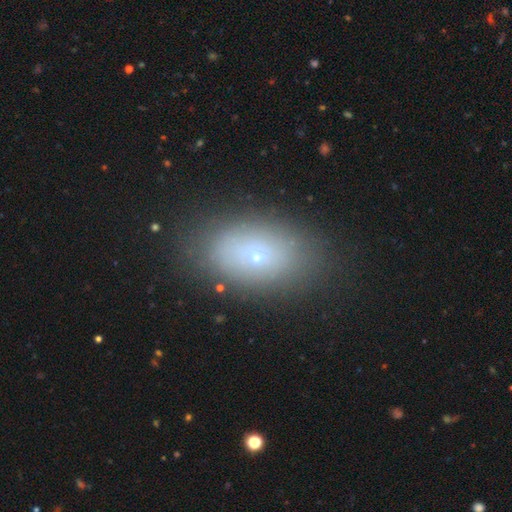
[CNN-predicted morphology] smooth-or-featured: smooth: 65% | featured or disk: 20% | star or artifact: 15%
  how-rounded: in between: 83% | round: 15% | cigar-shaped: 2%
  merging: none: 82% | minor disturbance: 12% | major disturbance: 5% | merger: 2%